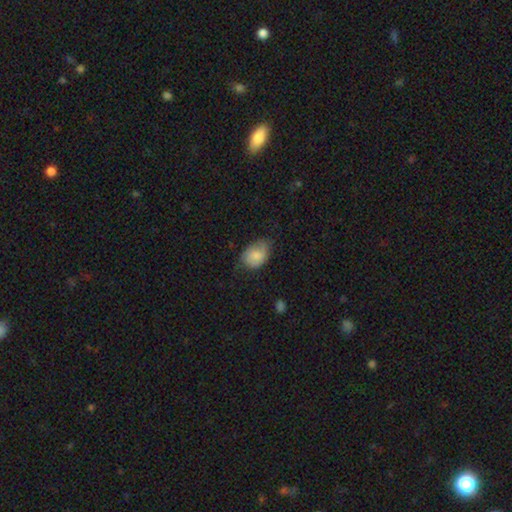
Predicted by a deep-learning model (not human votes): This appears to be a smooth galaxy with no disk features (80%) that is in between round and cigar-shaped (74%). Merging: none (55%).